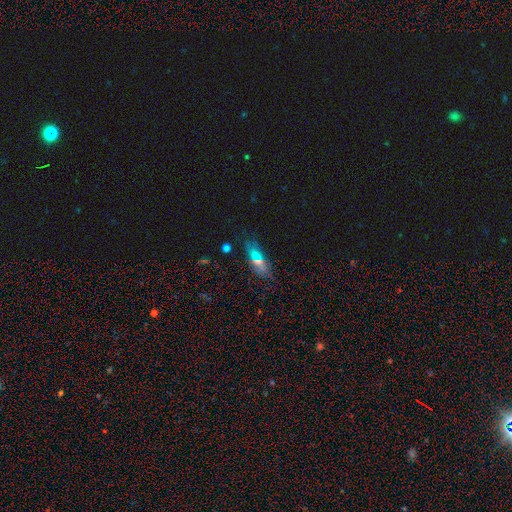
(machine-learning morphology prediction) Overall: smooth (54%; star or artifact 26%). How rounded: in between (63%; cigar-shaped 28%). Merging: none (78%).